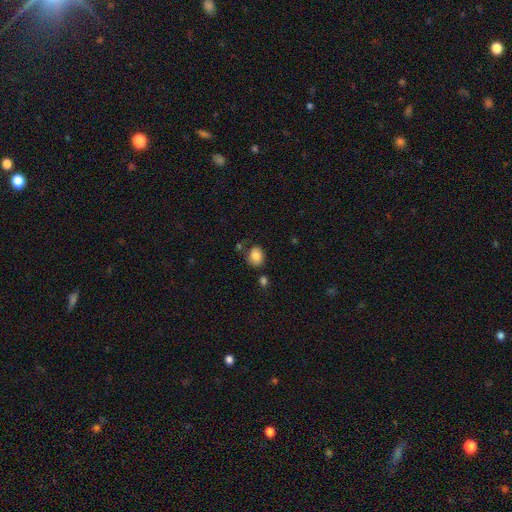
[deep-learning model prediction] Smooth or featured? smooth (79%)
How rounded? in between (52%)
Merging? none (63%)